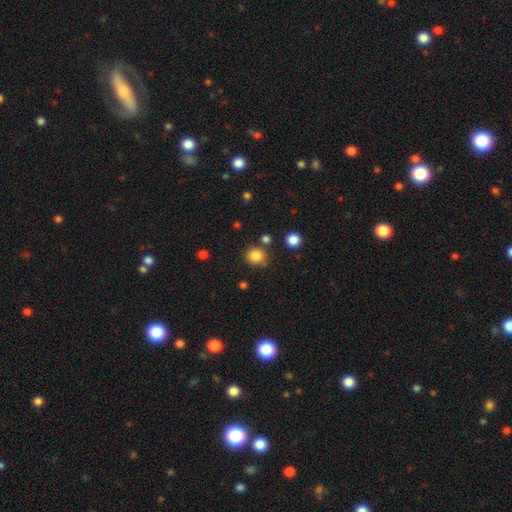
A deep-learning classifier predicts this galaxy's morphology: smooth 84%, star or artifact 11%, featured or disk 5%. Down the decision tree: how rounded — round (81%); merging — none (78%).